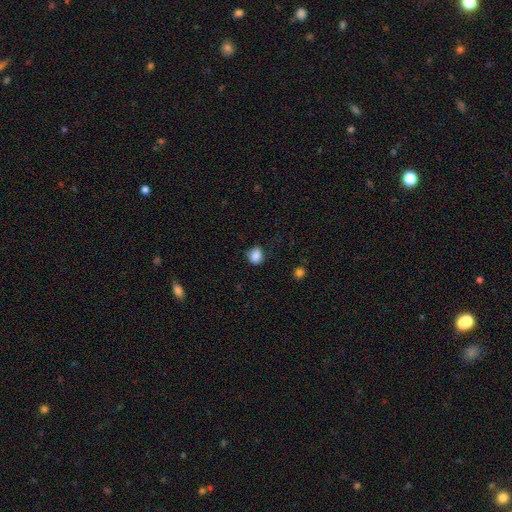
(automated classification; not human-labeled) Morphology: type=smooth (86%); roundness=round (54%); merging=none (68%).